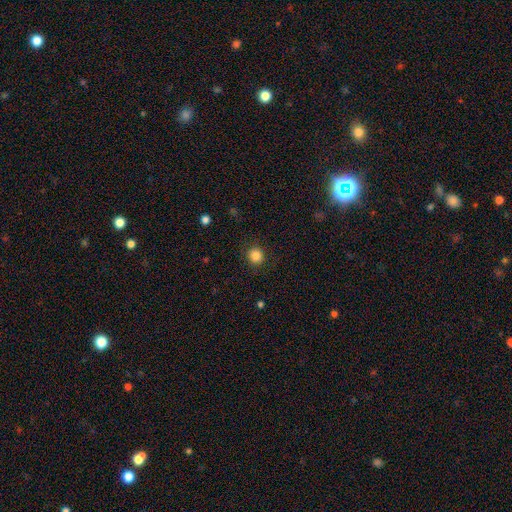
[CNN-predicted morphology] The model was most divided on "smooth or featured": smooth: 85%, star or artifact: 11%, featured or disk: 4%. More confident: how rounded — round (91%); merging — none (89%).